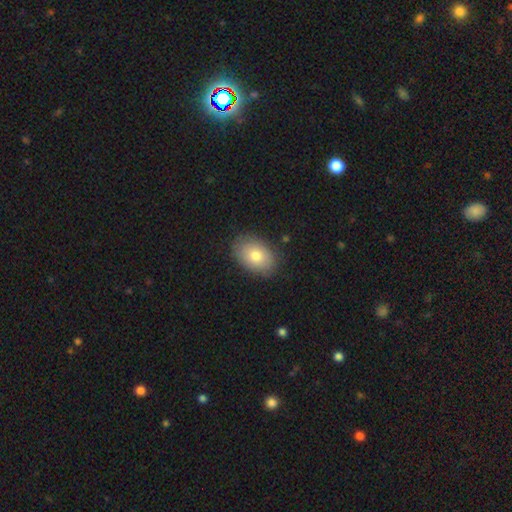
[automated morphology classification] smooth-or-featured: smooth: 76% | featured or disk: 17% | star or artifact: 7%
  how-rounded: in between: 84% | round: 15% | cigar-shaped: 1%
  merging: none: 84% | minor disturbance: 12% | major disturbance: 3% | merger: 1%